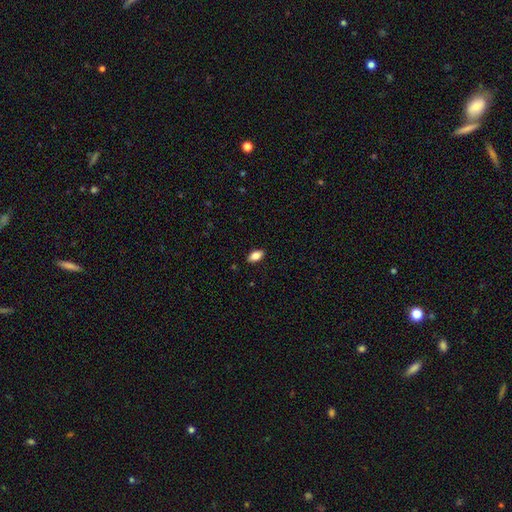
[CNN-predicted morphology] Q: Smooth or featured?
A: smooth (84%); runner-up: featured or disk (8%)
Q: How rounded?
A: in between (92%); runner-up: cigar-shaped (4%)
Q: Merging?
A: none (88%); runner-up: minor disturbance (9%)